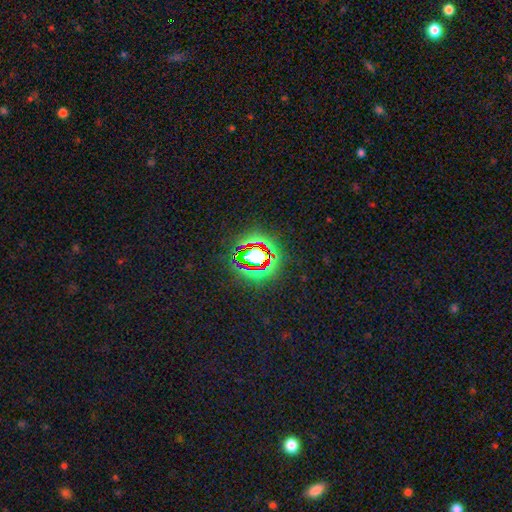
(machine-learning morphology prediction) Smooth or featured? star or artifact (70%)